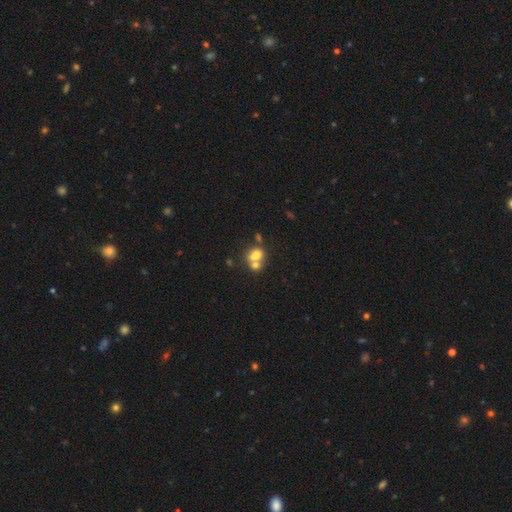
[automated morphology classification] smooth 67%, featured or disk 20%, star or artifact 13%. Down the decision tree: how rounded — in between (53%); merging — merger (58%).